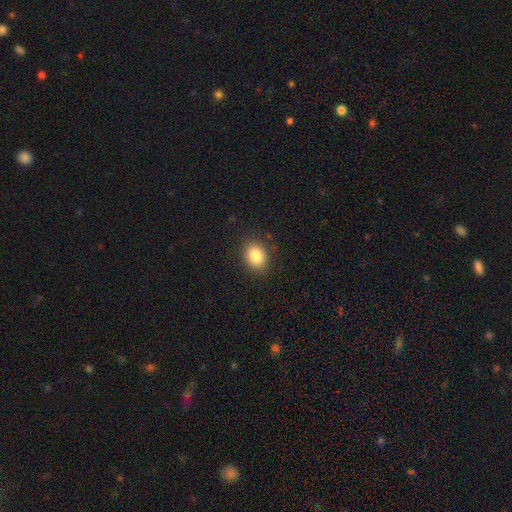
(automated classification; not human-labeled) Smooth or featured: smooth — 83% (star or artifact — 9%)
How rounded: in between — 57% (round — 43%)
Merging: none — 87% (minor disturbance — 9%)